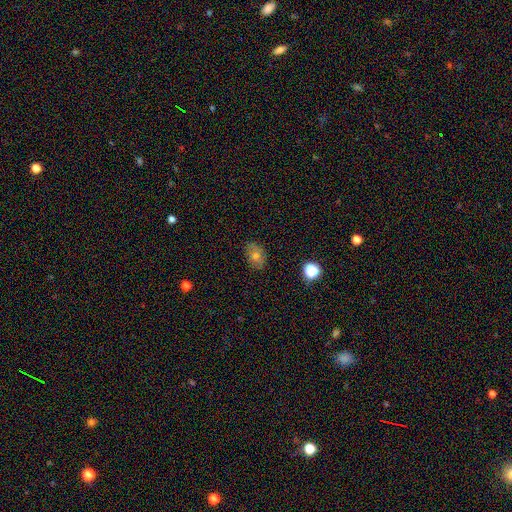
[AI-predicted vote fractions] Smooth or featured? Predicted: smooth (p=0.59). How rounded? Predicted: in between (p=0.69). Merging? Predicted: none (p=0.78).